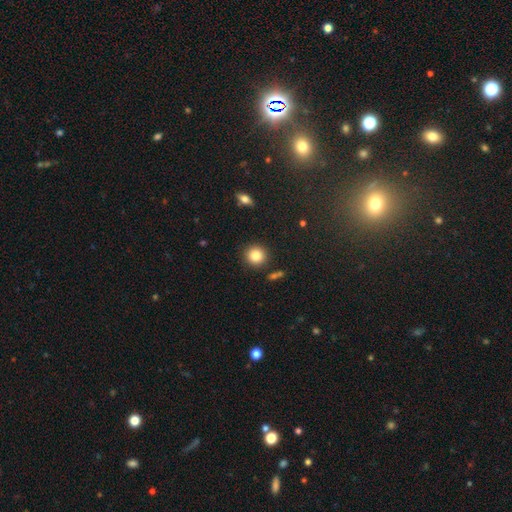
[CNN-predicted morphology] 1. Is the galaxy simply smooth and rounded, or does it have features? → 84% smooth, 10% star or artifact, 7% featured or disk.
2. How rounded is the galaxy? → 92% round, 7% in between, 1% cigar-shaped.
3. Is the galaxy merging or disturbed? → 88% none, 7% minor disturbance, 3% merger, 2% major disturbance.